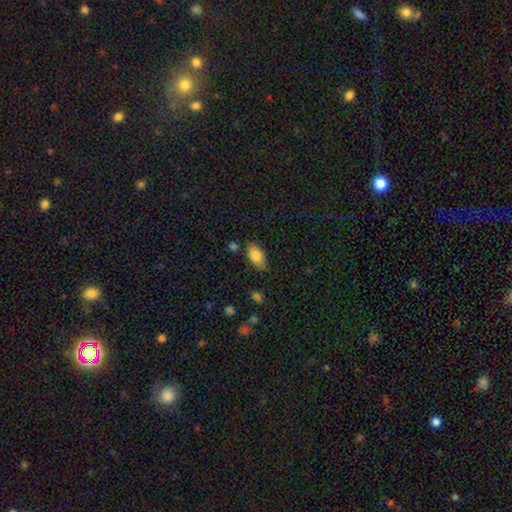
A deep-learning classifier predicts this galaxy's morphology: A smooth galaxy with no disk features (84%) that is in between round and cigar-shaped (90%).

Vote fractions:
- Smooth or featured? smooth: 84% / featured or disk: 8% / star or artifact: 8%
- How rounded? in between: 90% / cigar-shaped: 7% / round: 3%
- Merging? none: 78% / minor disturbance: 15% / major disturbance: 3% / merger: 3%